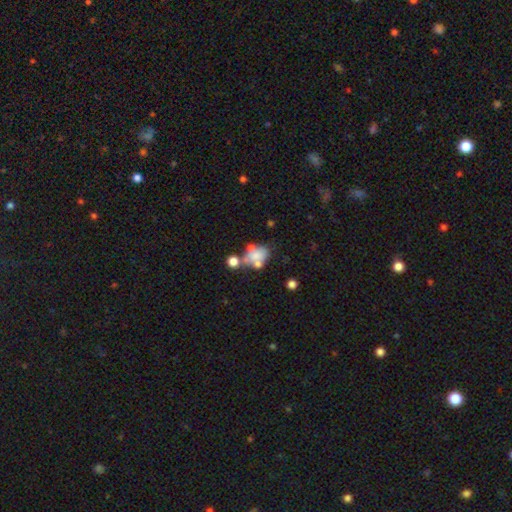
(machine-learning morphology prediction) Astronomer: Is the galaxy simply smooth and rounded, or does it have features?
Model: smooth — 53% (runner-up: featured or disk, 34%).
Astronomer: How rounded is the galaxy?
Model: in between — 70%.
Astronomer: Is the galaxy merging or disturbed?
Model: merger — 42% (runner-up: none, 28%).